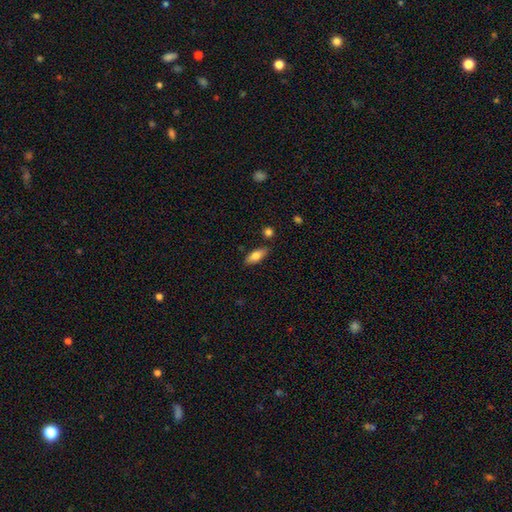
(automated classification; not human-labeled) smooth 76%, featured or disk 17%, star or artifact 7%. Down the decision tree: how rounded — in between (74%); merging — none (81%).